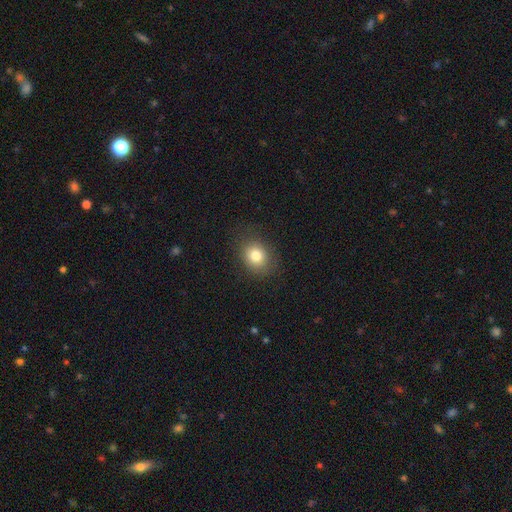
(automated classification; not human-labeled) smooth 80%, star or artifact 11%, featured or disk 9%. Down the decision tree: how rounded — round (61%); merging — none (83%).